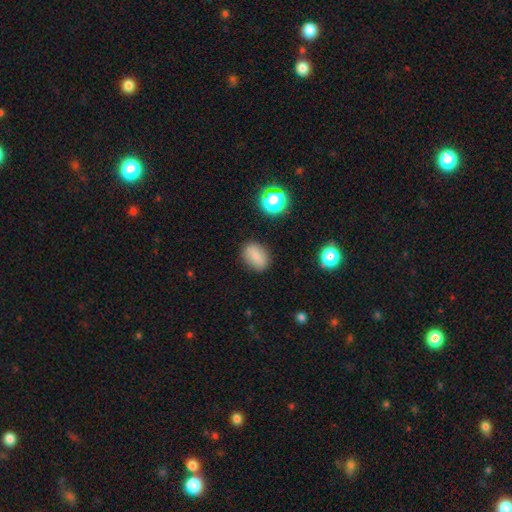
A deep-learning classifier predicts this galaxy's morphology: smooth 82%, star or artifact 11%, featured or disk 7%. Down the decision tree: how rounded — in between (79%); merging — none (84%).